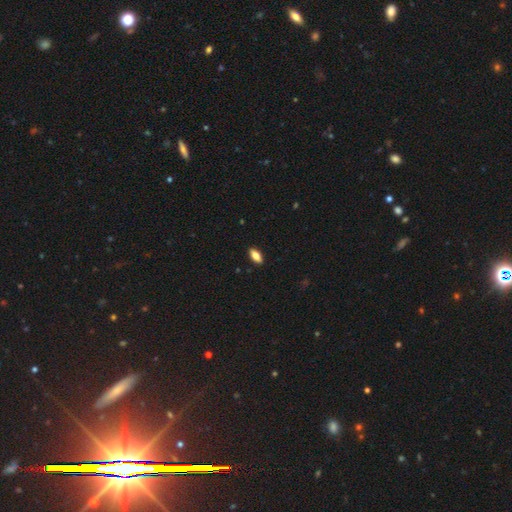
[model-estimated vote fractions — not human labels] This appears to be a smooth galaxy with no disk features (75%) that is in between round and cigar-shaped (84%). Merging: none (90%).